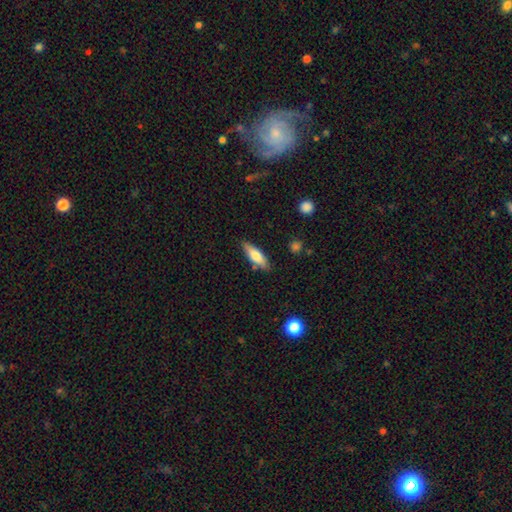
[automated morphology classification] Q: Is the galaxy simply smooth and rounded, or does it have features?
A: smooth — 69%.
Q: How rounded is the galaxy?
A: cigar-shaped — 52%.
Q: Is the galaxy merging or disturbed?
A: none — 83%.